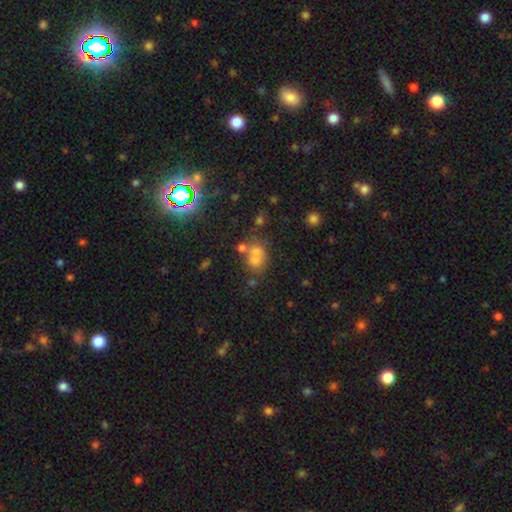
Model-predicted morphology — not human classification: The model was most divided on "merging": merger: 39%, none: 38%, minor disturbance: 14%, major disturbance: 9%. More confident: smooth or featured — smooth (63%); how rounded — in between (52%).